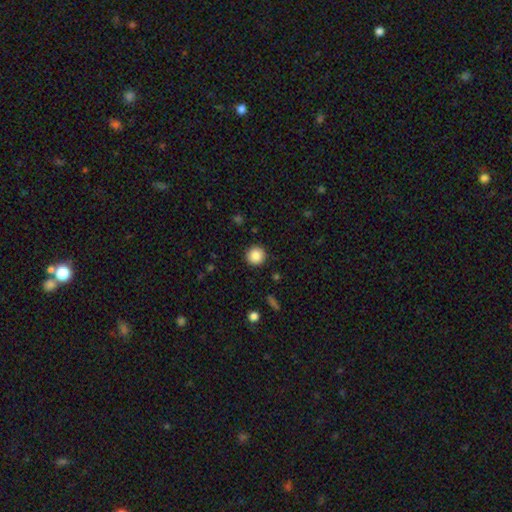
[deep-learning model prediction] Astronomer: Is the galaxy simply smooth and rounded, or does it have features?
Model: smooth — 87%.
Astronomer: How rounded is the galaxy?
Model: round — 95%.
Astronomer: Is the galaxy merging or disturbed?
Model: none — 92%.